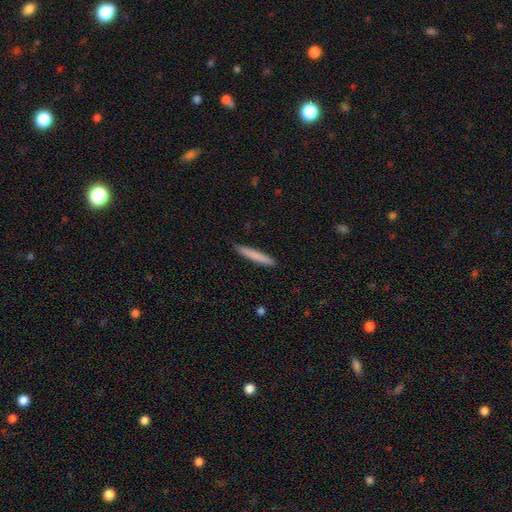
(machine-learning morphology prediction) Overall: smooth (79%). How rounded: cigar-shaped (96%). Merging: none (88%).